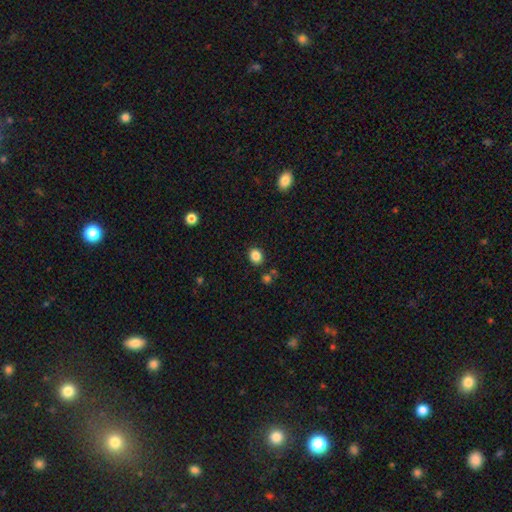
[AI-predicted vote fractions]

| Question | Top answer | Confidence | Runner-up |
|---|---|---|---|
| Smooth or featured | smooth | 86% | star or artifact (10%) |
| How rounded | round | 55% | in between (44%) |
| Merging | none | 84% | minor disturbance (9%) |